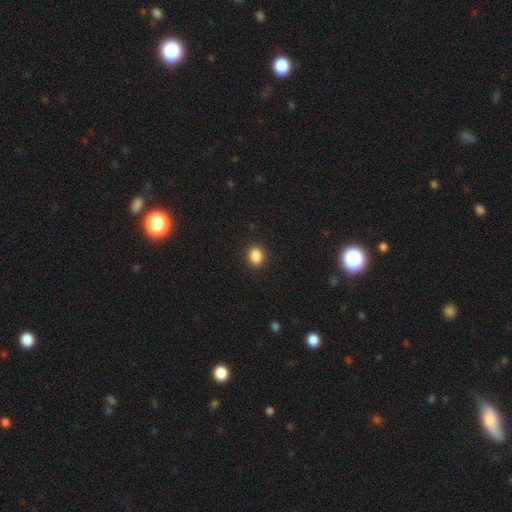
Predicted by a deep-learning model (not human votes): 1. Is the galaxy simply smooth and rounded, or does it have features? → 88% smooth, 9% star or artifact, 3% featured or disk.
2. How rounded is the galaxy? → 51% in between, 48% round, 1% cigar-shaped.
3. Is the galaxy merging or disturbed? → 91% none, 6% minor disturbance, 2% major disturbance, 1% merger.